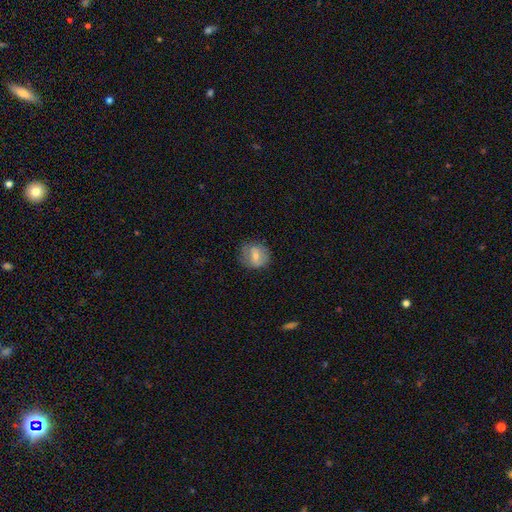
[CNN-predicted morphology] A smooth galaxy with no disk features (53%) that is round (75%). Merging: none (77%).